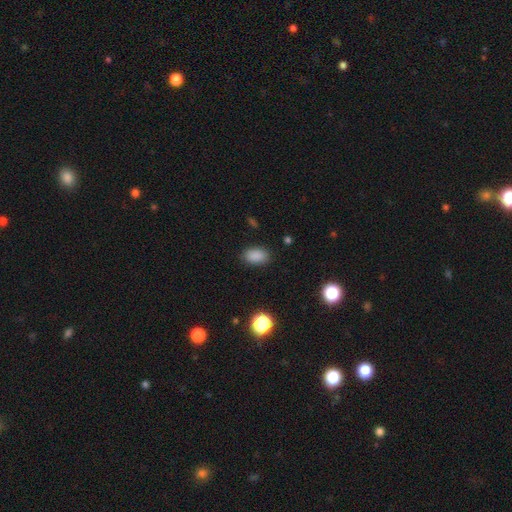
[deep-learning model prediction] Overall: smooth (87%). How rounded: in between (88%). Merging: none (87%).